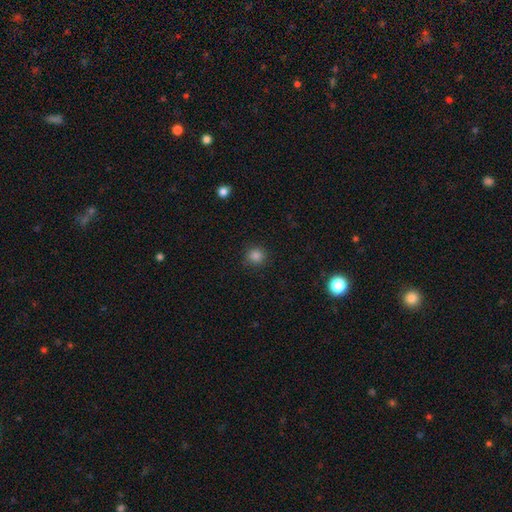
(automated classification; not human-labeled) Q: Smooth or featured?
A: smooth (84%); runner-up: star or artifact (12%)
Q: How rounded?
A: round (91%); runner-up: in between (8%)
Q: Merging?
A: none (89%); runner-up: minor disturbance (8%)